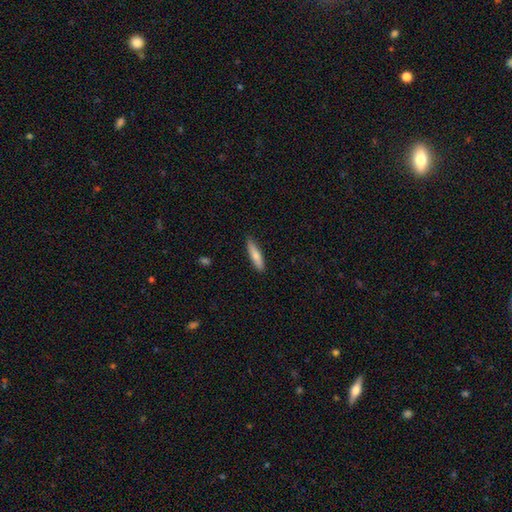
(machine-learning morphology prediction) A smooth galaxy with no disk features (73%) that is cigar-shaped (77%). Merging: none (87%).